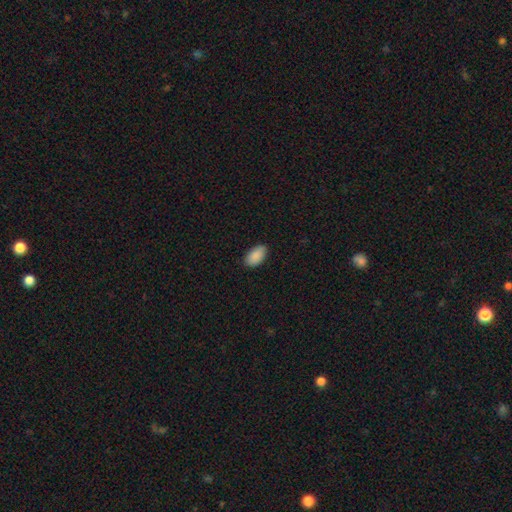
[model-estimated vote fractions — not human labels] This is clearly a smooth galaxy (90%). How rounded: clearly in between (95%). Merging: clearly none (86%).